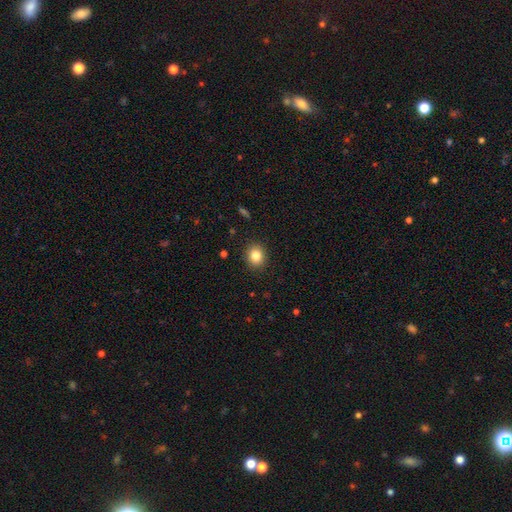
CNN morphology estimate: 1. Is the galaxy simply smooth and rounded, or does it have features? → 83% smooth, 11% star or artifact, 6% featured or disk.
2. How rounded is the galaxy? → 70% round, 29% in between, 1% cigar-shaped.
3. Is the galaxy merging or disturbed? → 90% none, 7% minor disturbance, 2% major disturbance, 1% merger.